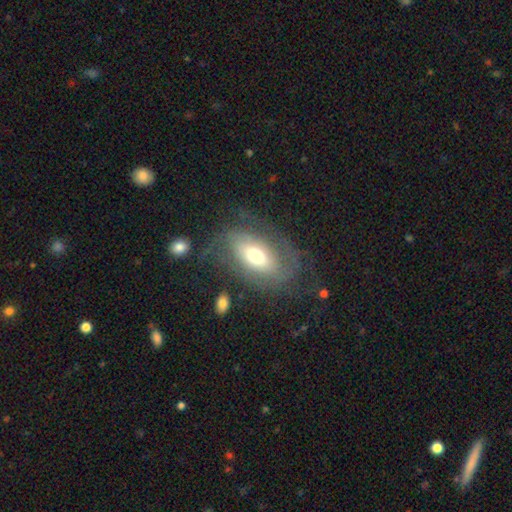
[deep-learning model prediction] This is likely a featured or disk galaxy (62%). It is clearly not viewed edge-on (91%). Bar: likely no (60%). Spiral arm pattern: likely yes (72%). Central bulge: likely moderate (61%). Merging: possibly none (59%).